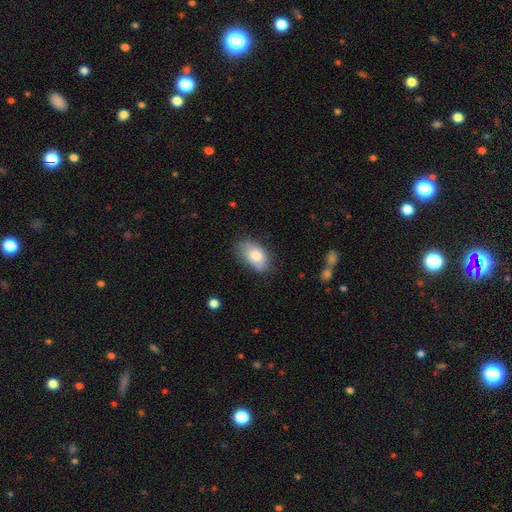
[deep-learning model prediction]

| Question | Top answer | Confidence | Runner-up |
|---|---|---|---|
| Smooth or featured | smooth | 80% | featured or disk (13%) |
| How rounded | in between | 92% | round (7%) |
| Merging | none | 65% | minor disturbance (27%) |